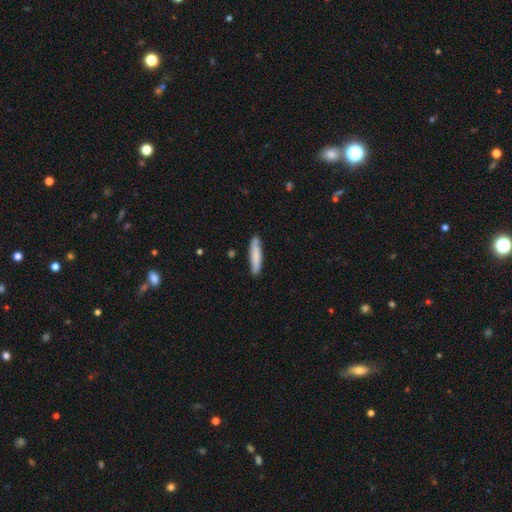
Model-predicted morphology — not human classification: smooth-or-featured: smooth: 76% | featured or disk: 18% | star or artifact: 5%
  how-rounded: cigar-shaped: 85% | in between: 13% | round: 1%
  merging: none: 84% | minor disturbance: 12% | merger: 2% | major disturbance: 2%